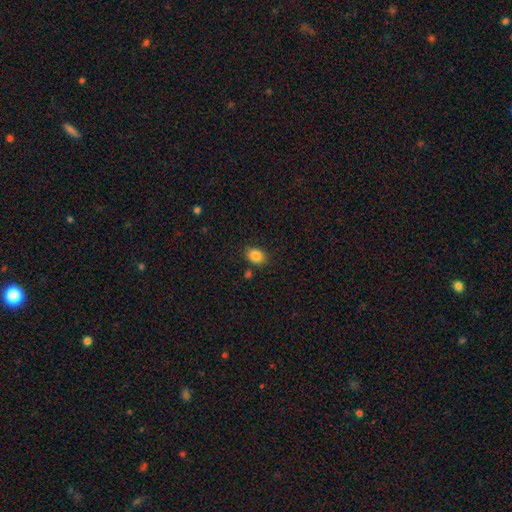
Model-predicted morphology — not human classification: The model was most divided on "how rounded": in between: 70%, round: 29%, cigar-shaped: 1%. More confident: smooth or featured — smooth (85%); merging — none (82%).